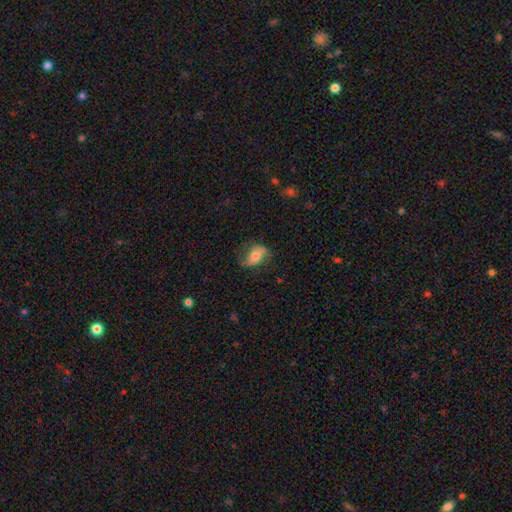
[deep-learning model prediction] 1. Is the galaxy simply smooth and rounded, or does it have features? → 46% smooth (tied), 46% featured or disk (tied), 8% star or artifact.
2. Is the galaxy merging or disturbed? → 67% none, 22% minor disturbance, 9% major disturbance, 1% merger.